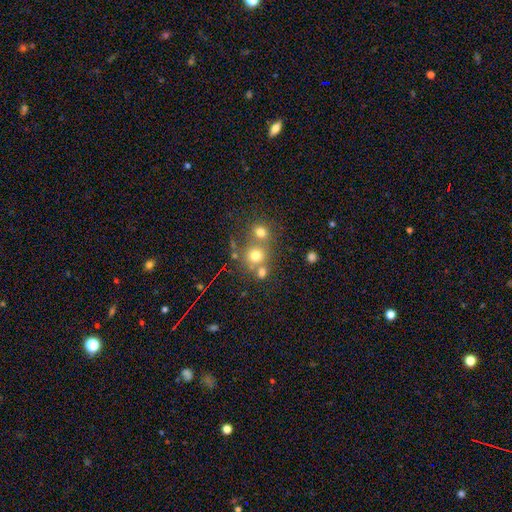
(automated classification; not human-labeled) Smooth or featured? smooth (69%)
How rounded? round (87%)
Merging? none (53%)